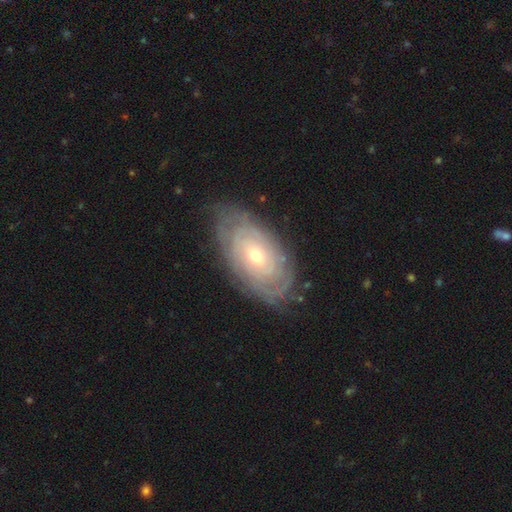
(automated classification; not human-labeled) A featured or disk galaxy (77%) with no bar (78%), tight (84%) spiral arms (85%) and a small central bulge (50%).

Vote fractions:
- Smooth or featured? featured or disk: 77% / smooth: 17% / star or artifact: 6%
- Edge-on disk? no: 93% / yes: 7%
- Bar? no: 78% / weak: 17% / strong: 5%
- Spiral arms? yes: 85% / no: 15%
- Spiral winding? tight: 84% / medium: 12% / loose: 4%
- Spiral arm count? can't tell: 60% / 2: 13% / 3: 8% / 4: 7% / more than 4: 6% / 1: 4%
- Bulge size? small: 50% / moderate: 46% / large: 2% / dominant: 1% / none: 1%
- Merging? none: 79% / minor disturbance: 16% / major disturbance: 4% / merger: 1%